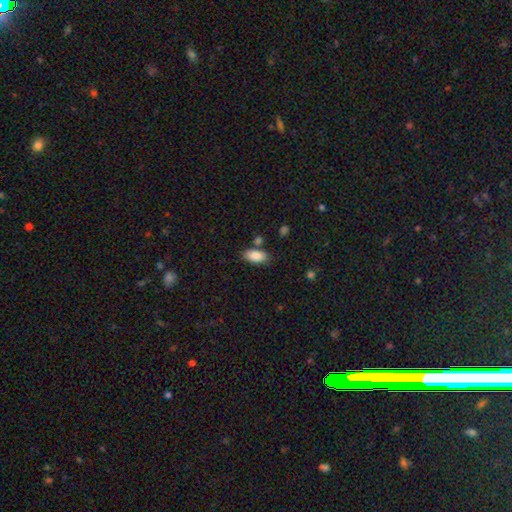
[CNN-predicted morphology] smooth-or-featured: smooth: 88% | star or artifact: 7% | featured or disk: 5%
  how-rounded: in between: 92% | cigar-shaped: 5% | round: 3%
  merging: none: 75% | minor disturbance: 13% | merger: 9% | major disturbance: 3%